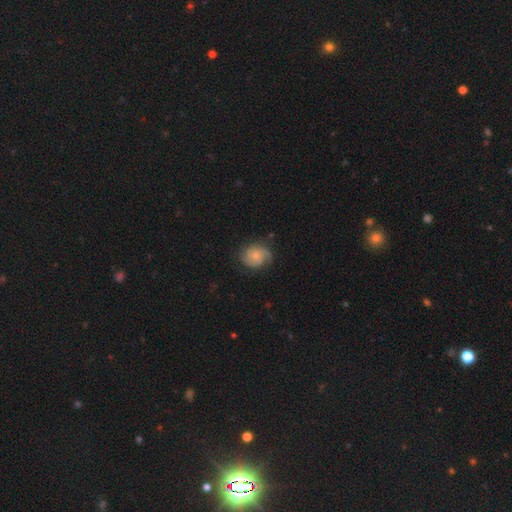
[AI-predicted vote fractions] The model was most divided on "spiral winding": tight: 47%, medium: 38%, loose: 14%. Remaining: edge-on disk — no (98%); spiral arms — yes (95%); bar — no (76%); smooth or featured — featured or disk (73%); merging — none (72%); bulge size — small (59%); spiral arm count — 2 (49%).